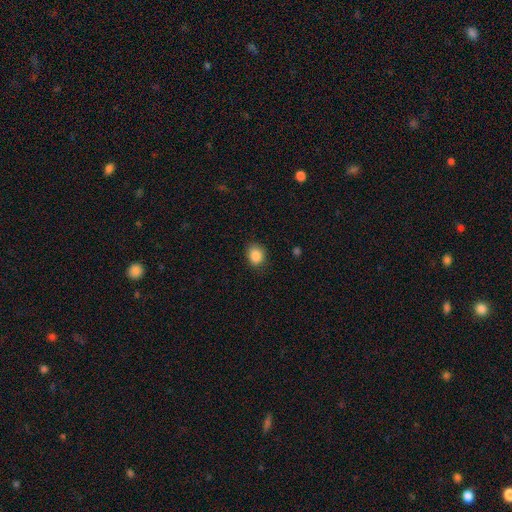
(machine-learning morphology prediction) Smooth or featured: smooth — 87% (star or artifact — 9%)
How rounded: in between — 50% (round — 49%)
Merging: none — 82% (minor disturbance — 14%)